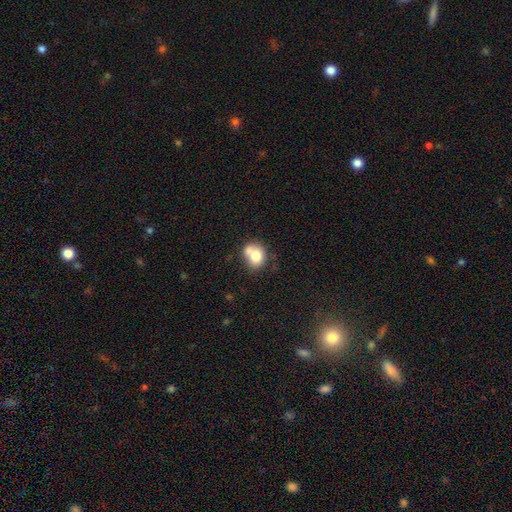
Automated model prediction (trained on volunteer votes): Smooth or featured? smooth (73%)
How rounded? round (62%)
Merging? merger (40%)